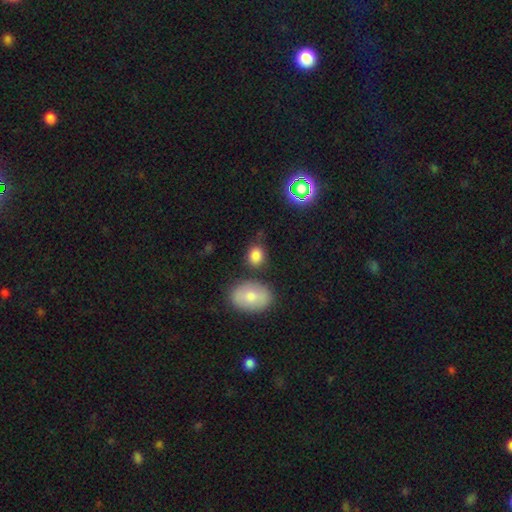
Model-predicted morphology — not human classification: smooth_or_featured: smooth (p=0.84) [alt: star or artifact p=0.10]
how_rounded: in between (p=0.51) [alt: round p=0.47]
merging: none (p=0.69) [alt: minor disturbance p=0.17]